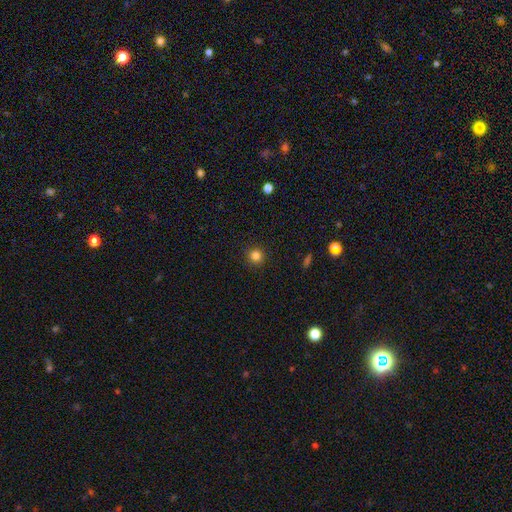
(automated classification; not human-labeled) Smooth or featured? Predicted: smooth (p=0.83). How rounded? Predicted: round (p=0.94). Merging? Predicted: none (p=0.92).